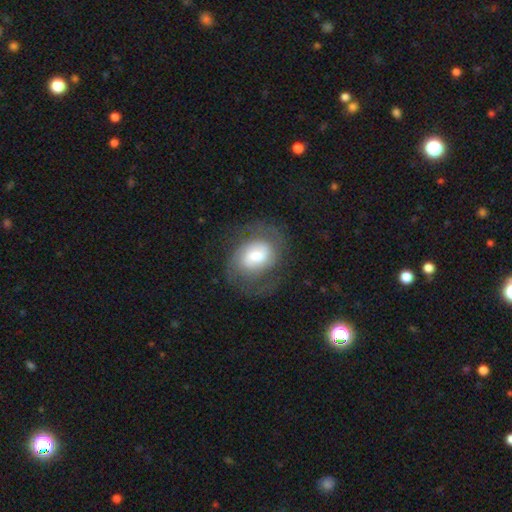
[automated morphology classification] Overall: featured or disk (66%; smooth 27%). Edge-on disk: no (97%). Bar: no (45%; weak 43%). Spiral arms: yes (86%). Spiral arm count: 2 (72%). Spiral winding: medium (45%; tight 35%). Bulge size: moderate (53%; small 21%). Merging: none (64%).